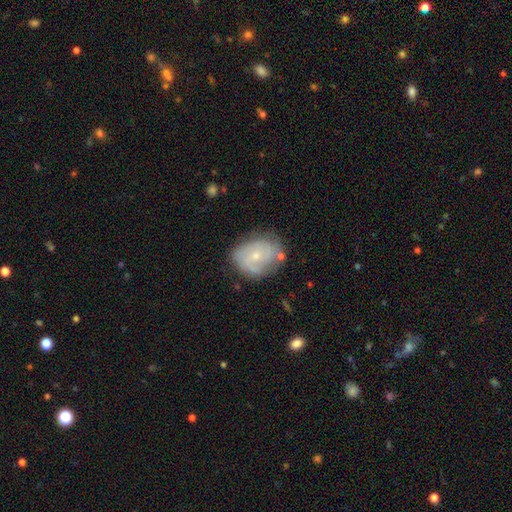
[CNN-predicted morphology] Overall: featured or disk (59%; smooth 33%). Edge-on disk: no (97%). Bar: no (74%). Spiral arms: yes (75%). Bulge size: small (68%). Merging: none (62%; minor disturbance 25%).